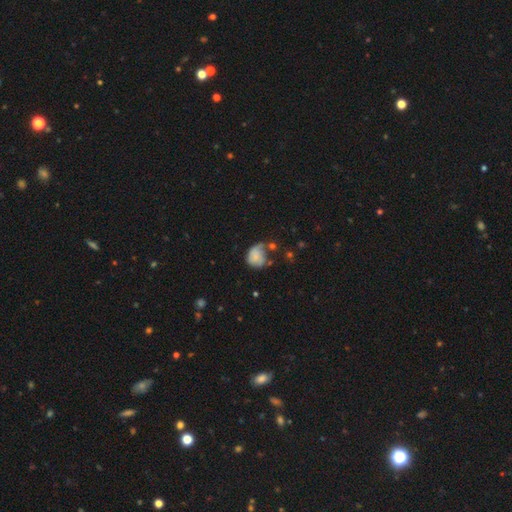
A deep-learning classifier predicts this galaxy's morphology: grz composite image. It shows a smooth galaxy with no disk features (56%) that is round (60%). Merging: minor disturbance (34%).